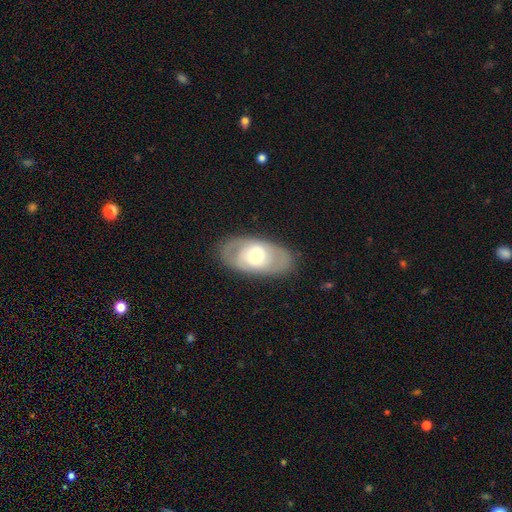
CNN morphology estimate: featured or disk 51%, smooth 43%, star or artifact 6%. Down the decision tree: edge-on disk — no (89%); merging — none (83%).